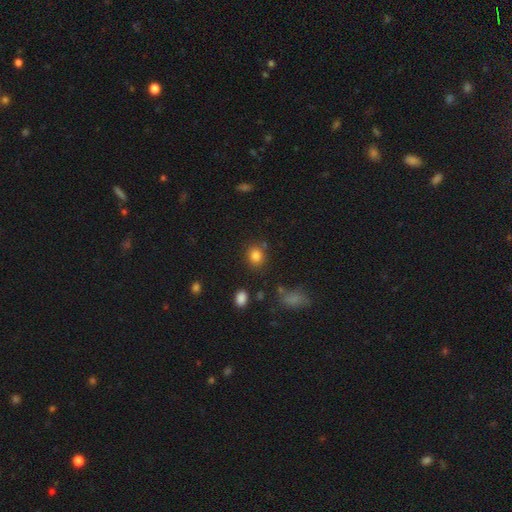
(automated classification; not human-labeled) Morphology: type=smooth (83%); roundness=round (60%); merging=none (80%).